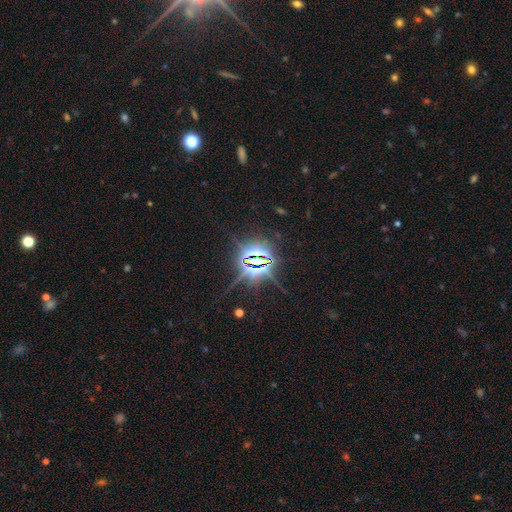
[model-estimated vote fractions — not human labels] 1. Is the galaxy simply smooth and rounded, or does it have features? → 83% star or artifact, 10% featured or disk, 7% smooth.